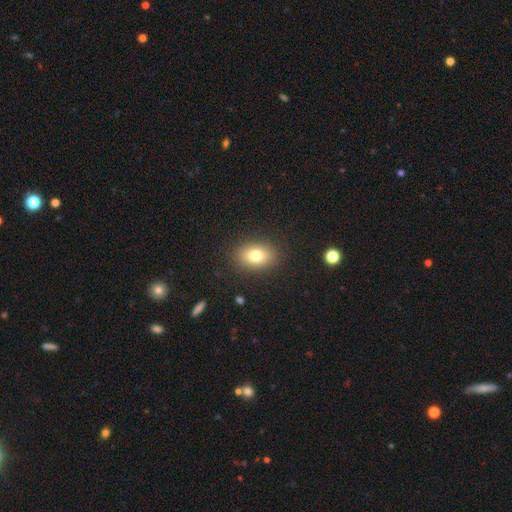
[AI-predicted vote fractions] Smooth or featured? Predicted: smooth (p=0.78). How rounded? Predicted: in between (p=0.77). Merging? Predicted: none (p=0.88).